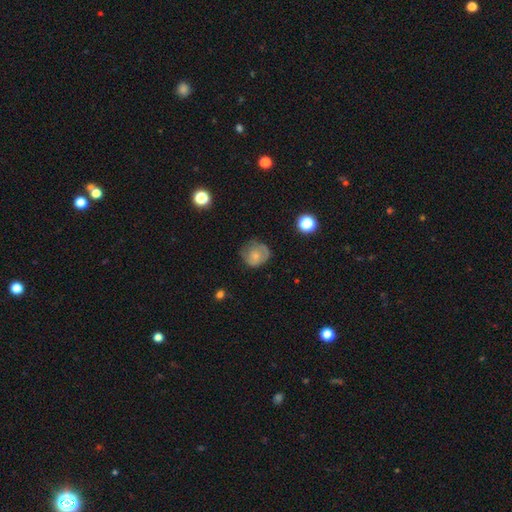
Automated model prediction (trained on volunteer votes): smooth-or-featured: smooth: 56% | featured or disk: 35% | star or artifact: 9%
  how-rounded: round: 79% | in between: 20% | cigar-shaped: 1%
  merging: none: 55% | minor disturbance: 30% | major disturbance: 14% | merger: 2%